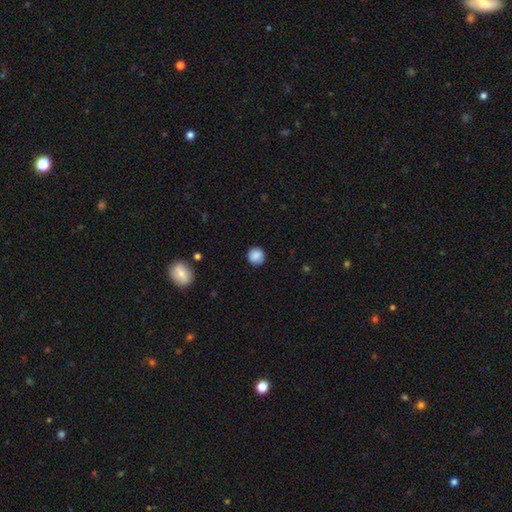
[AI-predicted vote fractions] Morphology: type=smooth (86%); roundness=round (91%); merging=none (86%).